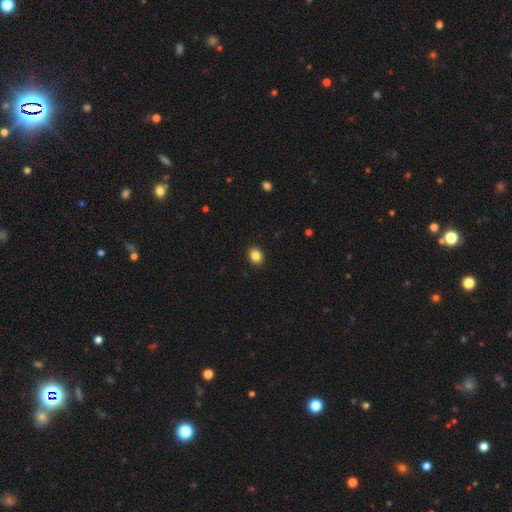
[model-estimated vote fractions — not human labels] smooth_or_featured: smooth (p=0.86) [alt: star or artifact p=0.10]
how_rounded: round (p=0.65) [alt: in between p=0.34]
merging: none (p=0.91) [alt: minor disturbance p=0.06]